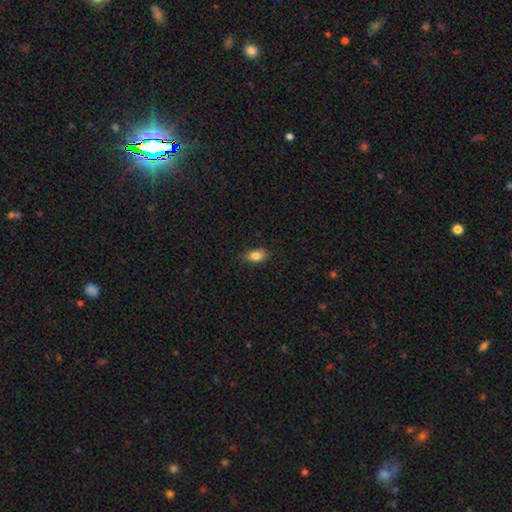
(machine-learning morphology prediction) This appears to be a smooth galaxy with no disk features (84%) that is in between round and cigar-shaped (87%). Merging: none (83%).